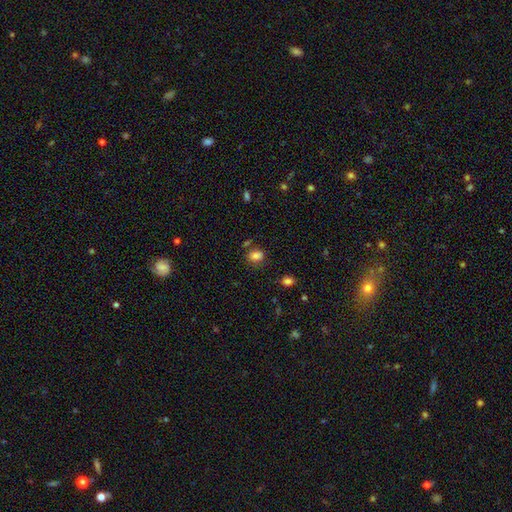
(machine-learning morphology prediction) The model was most divided on "how rounded": in between: 69%, round: 30%, cigar-shaped: 1%. More confident: smooth or featured — smooth (82%); merging — none (70%).